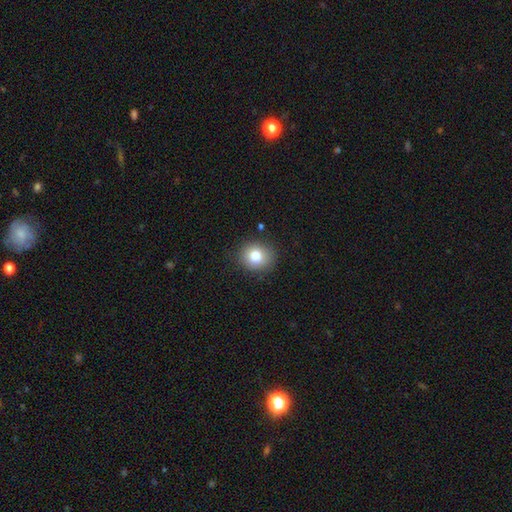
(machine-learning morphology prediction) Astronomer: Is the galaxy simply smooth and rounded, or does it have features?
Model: smooth — 79%.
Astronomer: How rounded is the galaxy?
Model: round — 81%.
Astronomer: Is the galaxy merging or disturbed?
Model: none — 87%.